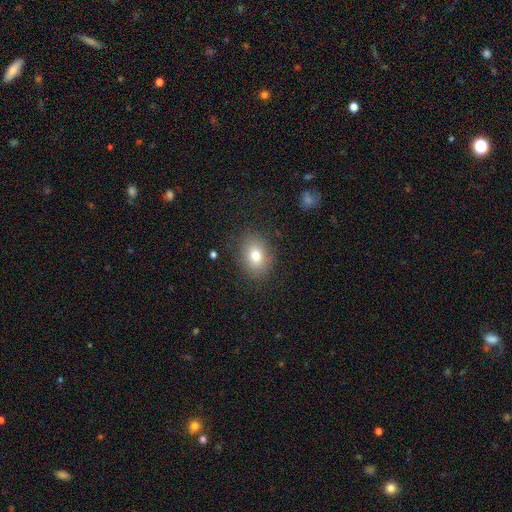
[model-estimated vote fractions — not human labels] smooth-or-featured: smooth: 79% | featured or disk: 11% | star or artifact: 10%
  how-rounded: in between: 61% | round: 38% | cigar-shaped: 1%
  merging: none: 85% | minor disturbance: 11% | major disturbance: 4% | merger: 1%